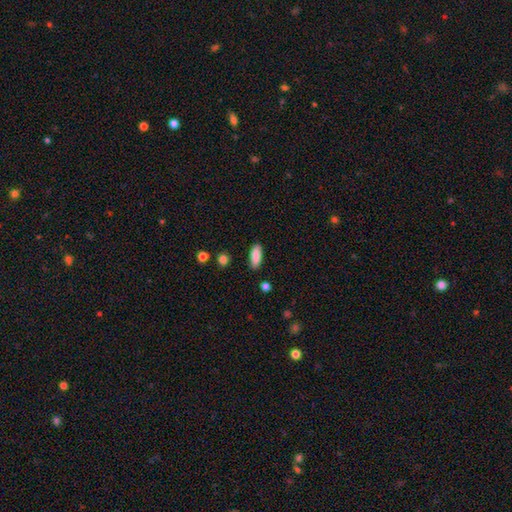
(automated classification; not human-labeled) The model was most divided on "how rounded": in between: 69%, cigar-shaped: 29%, round: 2%. More confident: smooth or featured — smooth (88%); merging — none (87%).